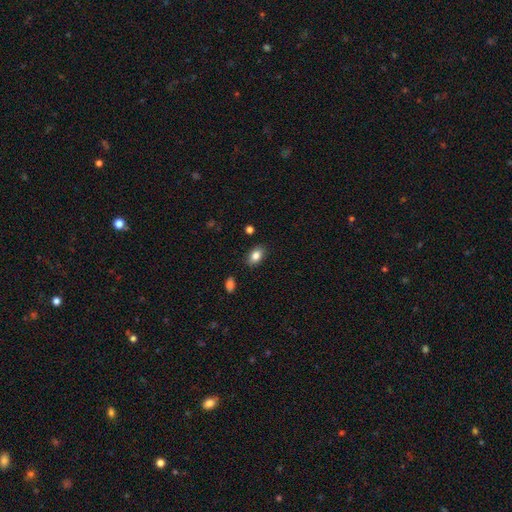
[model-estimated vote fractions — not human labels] This is clearly a smooth galaxy (83%). How rounded: clearly in between (87%). Merging: clearly none (86%).